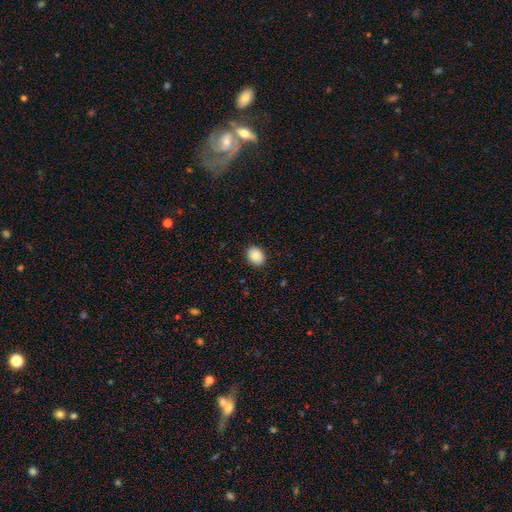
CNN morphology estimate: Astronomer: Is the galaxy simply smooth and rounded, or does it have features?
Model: smooth — 85%.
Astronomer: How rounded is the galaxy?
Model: in between — 57% (runner-up: round, 43%).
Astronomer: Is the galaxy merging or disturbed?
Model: none — 89%.